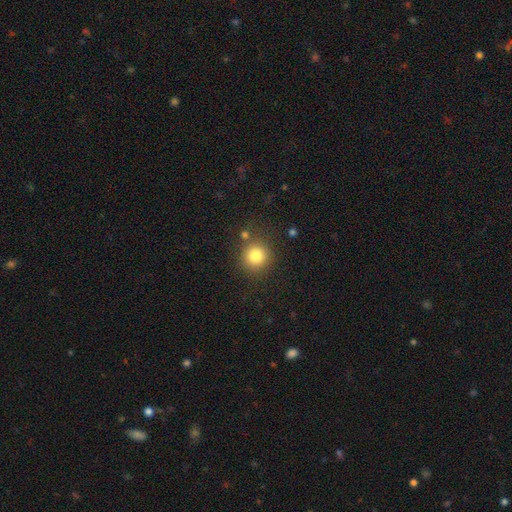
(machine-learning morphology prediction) Smooth or featured: smooth — 82% (star or artifact — 12%)
How rounded: round — 92% (in between — 7%)
Merging: none — 82% (minor disturbance — 9%)